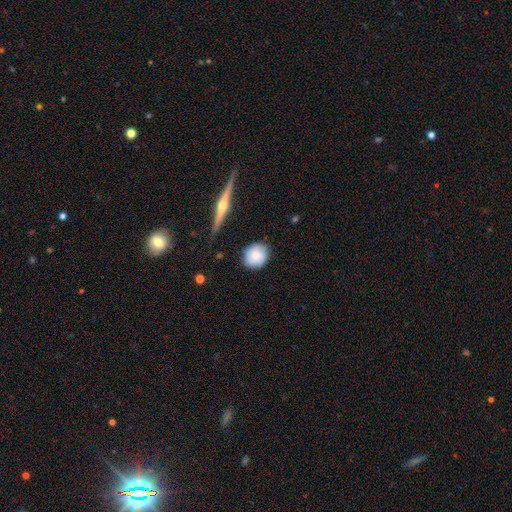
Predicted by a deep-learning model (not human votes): Morphology: type=smooth (68%); roundness=round (79%); merging=none (79%).